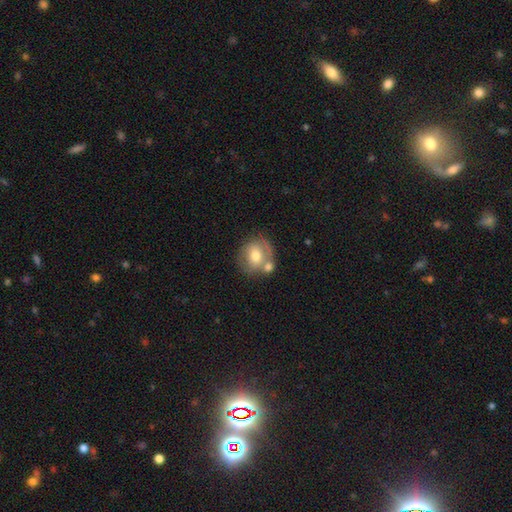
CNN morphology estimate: A smooth galaxy with no disk features (56%) that is round (71%). Merging: none (49%).